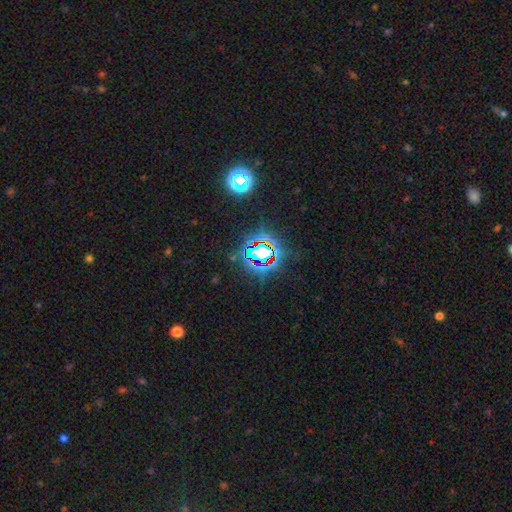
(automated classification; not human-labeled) A star or artifact, not a galaxy (81%).